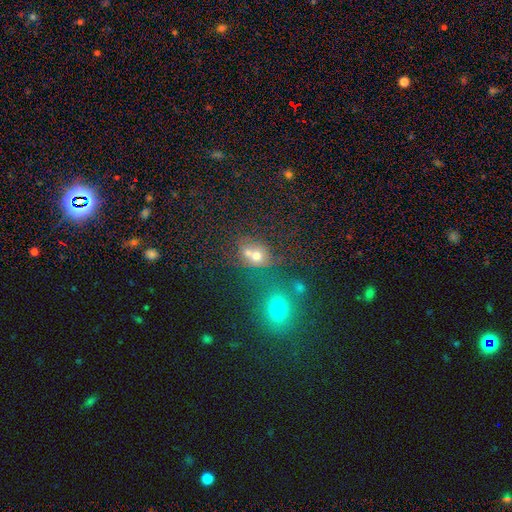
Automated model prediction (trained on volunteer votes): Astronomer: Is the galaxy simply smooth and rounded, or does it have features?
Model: smooth — 64%.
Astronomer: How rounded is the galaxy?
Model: round — 61% (runner-up: in between, 38%).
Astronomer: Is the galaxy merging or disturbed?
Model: merger — 44% (runner-up: none, 39%).